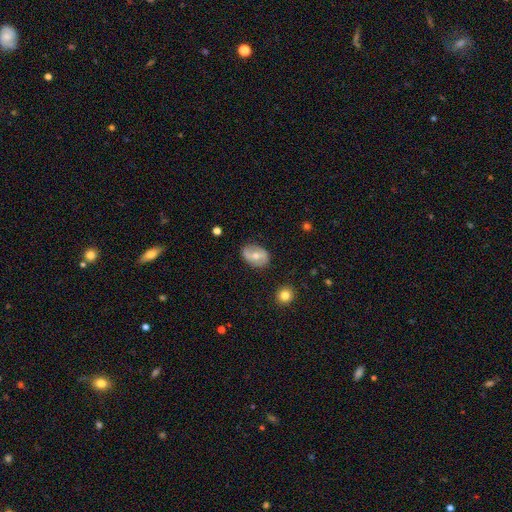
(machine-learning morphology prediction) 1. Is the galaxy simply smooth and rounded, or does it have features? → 50% featured or disk, 43% smooth, 7% star or artifact.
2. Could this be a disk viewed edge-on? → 94% no, 6% yes.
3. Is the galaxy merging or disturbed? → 79% none, 16% minor disturbance, 4% major disturbance, 2% merger.